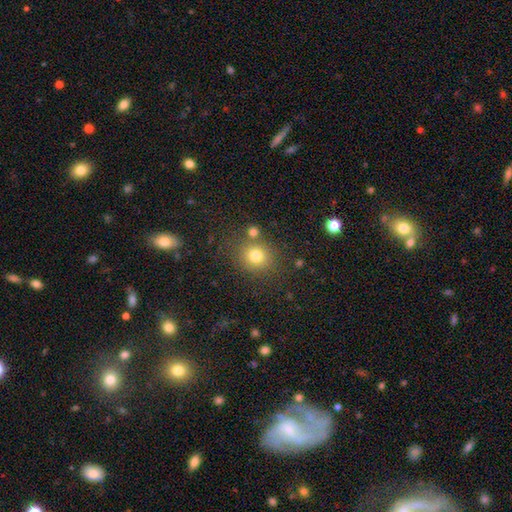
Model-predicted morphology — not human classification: This is likely a smooth galaxy (77%). How rounded: clearly round (82%). Merging: likely none (75%).